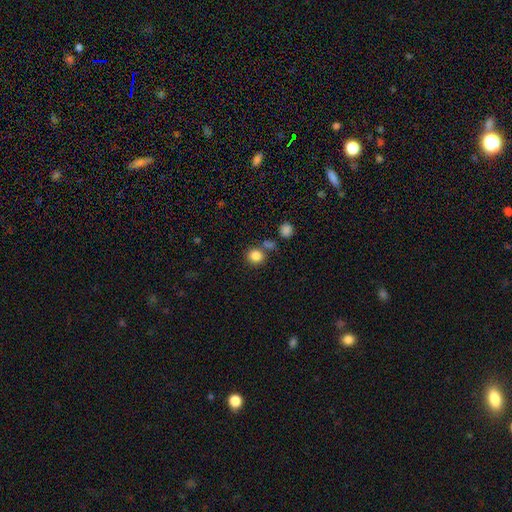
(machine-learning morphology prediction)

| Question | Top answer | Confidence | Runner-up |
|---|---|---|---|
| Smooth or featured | smooth | 84% | star or artifact (11%) |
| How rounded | round | 88% | in between (11%) |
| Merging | none | 74% | merger (13%) |